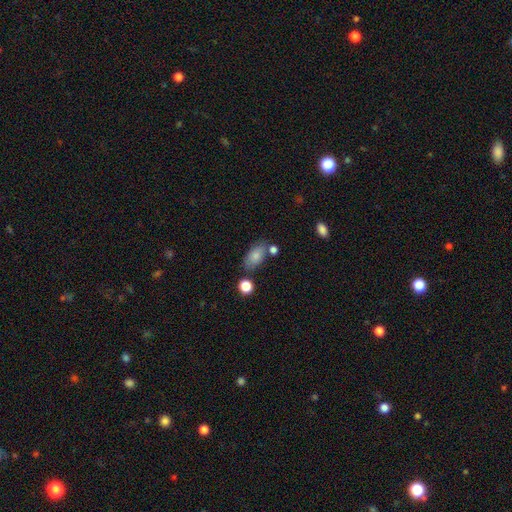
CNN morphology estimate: smooth-or-featured: smooth: 81% | featured or disk: 10% | star or artifact: 8%
  how-rounded: in between: 90% | round: 6% | cigar-shaped: 3%
  merging: none: 66% | minor disturbance: 18% | merger: 12% | major disturbance: 5%